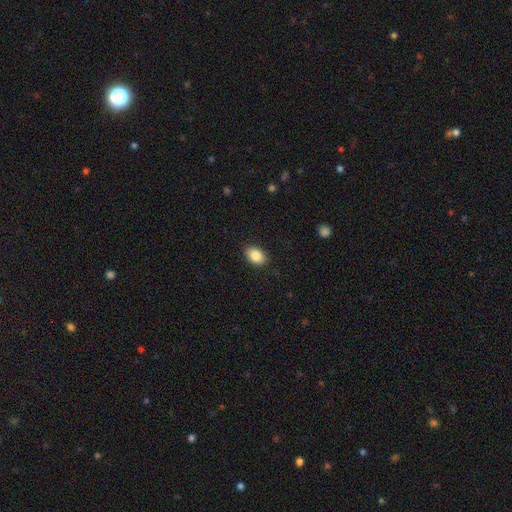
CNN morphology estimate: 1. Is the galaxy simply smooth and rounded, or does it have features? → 87% smooth, 8% star or artifact, 6% featured or disk.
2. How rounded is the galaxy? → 81% in between, 18% round, 1% cigar-shaped.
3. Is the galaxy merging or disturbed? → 87% none, 10% minor disturbance, 2% major disturbance, 1% merger.